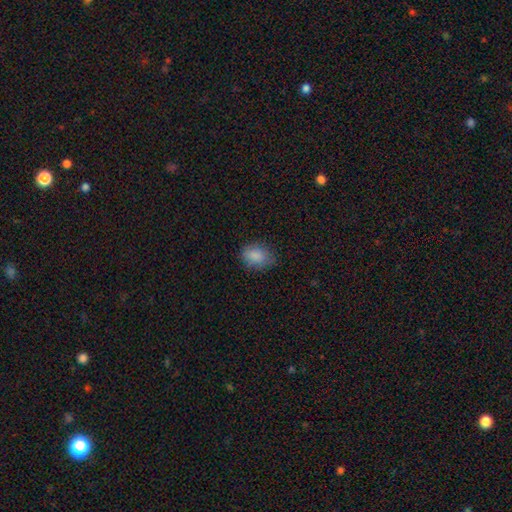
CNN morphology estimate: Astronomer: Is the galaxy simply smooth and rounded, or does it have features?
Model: smooth — 86%.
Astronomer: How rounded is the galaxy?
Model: in between — 73%.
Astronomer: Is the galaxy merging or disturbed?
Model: none — 76%.